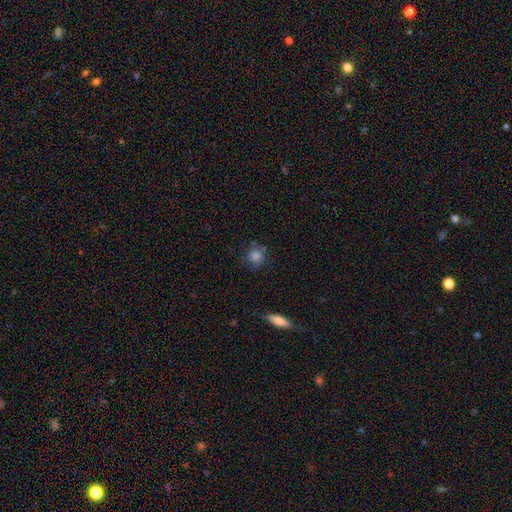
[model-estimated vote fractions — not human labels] A smooth galaxy with no disk features (74%) that is round (83%). Merging: none (68%).